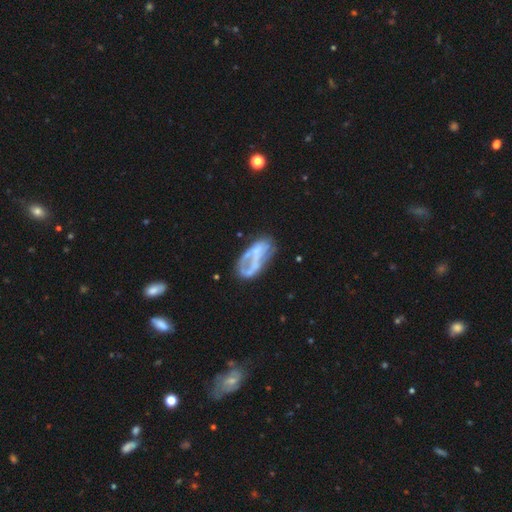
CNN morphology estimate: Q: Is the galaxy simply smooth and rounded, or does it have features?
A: featured or disk — 60%.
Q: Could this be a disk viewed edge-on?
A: no — 94%.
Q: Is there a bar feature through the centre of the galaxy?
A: no — 70%.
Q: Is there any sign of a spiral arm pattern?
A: no — 71%.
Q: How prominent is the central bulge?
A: none — 48%.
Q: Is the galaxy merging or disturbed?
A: none — 37%.